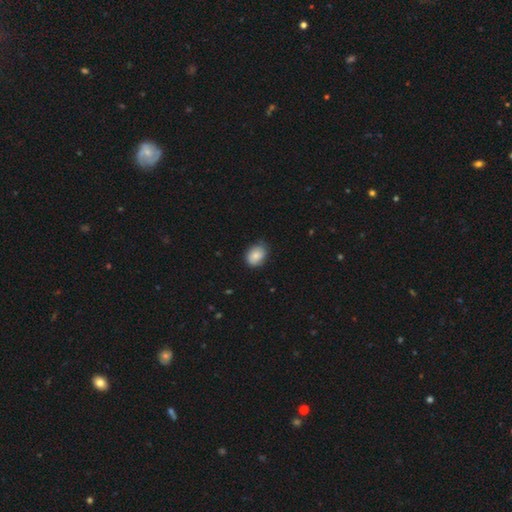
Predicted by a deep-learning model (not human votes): smooth 83%, featured or disk 10%, star or artifact 7%. Down the decision tree: how rounded — in between (67%); merging — none (74%).